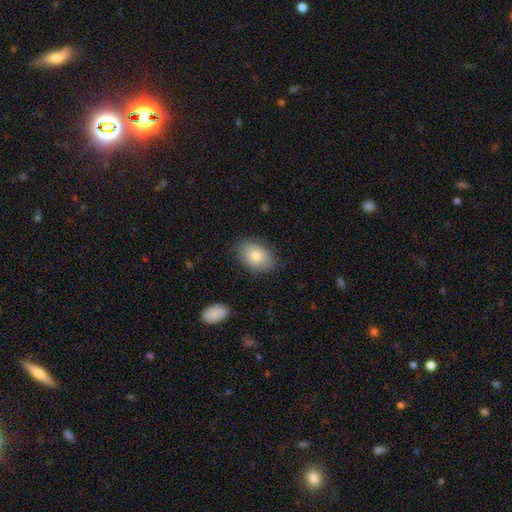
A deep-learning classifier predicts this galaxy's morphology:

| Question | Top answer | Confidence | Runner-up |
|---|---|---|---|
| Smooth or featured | smooth | 77% | featured or disk (16%) |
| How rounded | in between | 83% | round (15%) |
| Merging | none | 83% | minor disturbance (12%) |